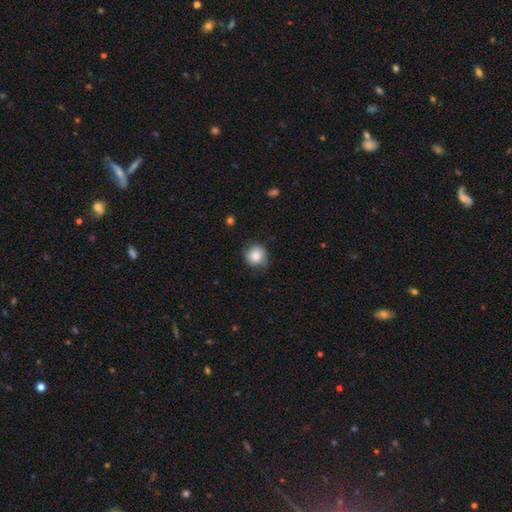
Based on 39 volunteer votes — smooth-or-featured: smooth: 79% | featured or disk: 13% | star or artifact: 8%
  how-rounded: round: 100% | in between: 0% | cigar-shaped: 0%
  merging: none: 58% | minor disturbance: 36% | major disturbance: 3% | merger: 3%